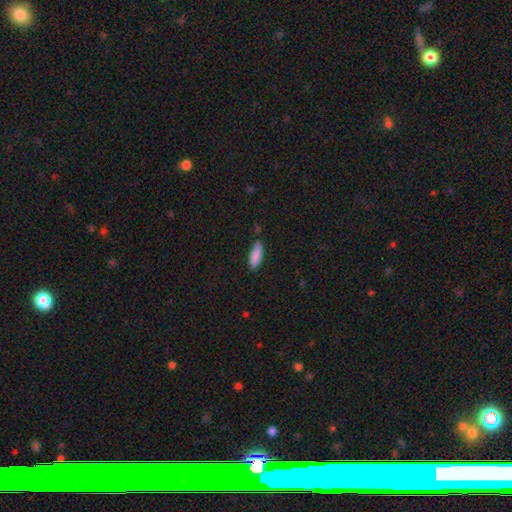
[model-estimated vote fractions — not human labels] Smooth or featured: smooth — 87% (featured or disk — 7%)
How rounded: in between — 55% (cigar-shaped — 44%)
Merging: none — 72% (minor disturbance — 22%)